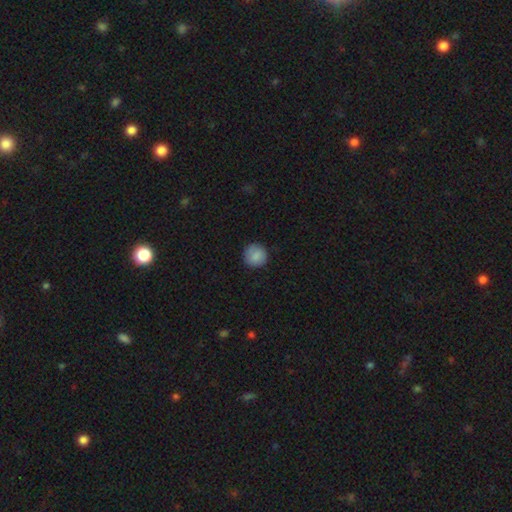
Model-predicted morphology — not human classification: Q: Smooth or featured?
A: smooth (86%); runner-up: star or artifact (7%)
Q: How rounded?
A: round (94%); runner-up: in between (5%)
Q: Merging?
A: none (87%); runner-up: minor disturbance (10%)